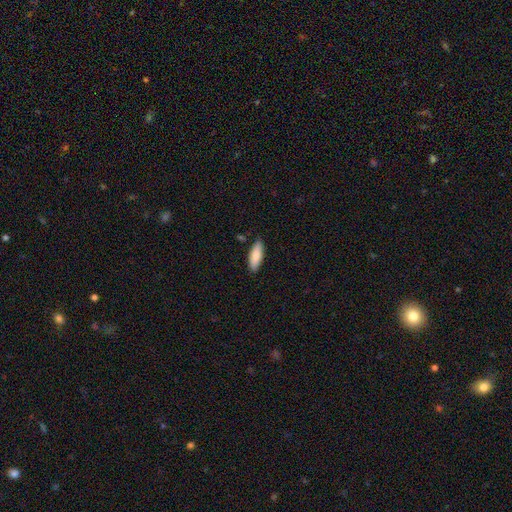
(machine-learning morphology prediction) The model was most divided on "how rounded": in between: 68%, cigar-shaped: 30%, round: 2%. More confident: smooth or featured — smooth (86%); merging — none (85%).